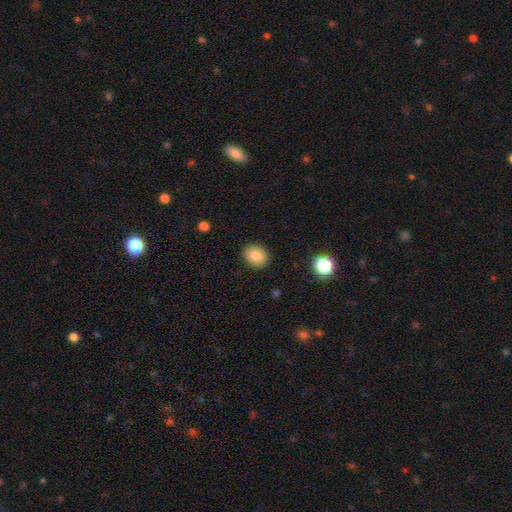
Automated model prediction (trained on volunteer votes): This is clearly a smooth galaxy (86%). How rounded: possibly in between (53%). Merging: clearly none (88%).